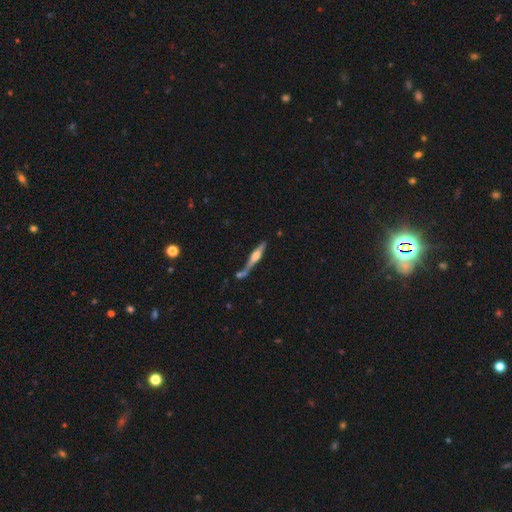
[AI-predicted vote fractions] This is likely a featured or disk galaxy (65%). It is clearly viewed edge-on (95%). Edge-on bulge: clearly rounded (84%). Merging: possibly none (57%).